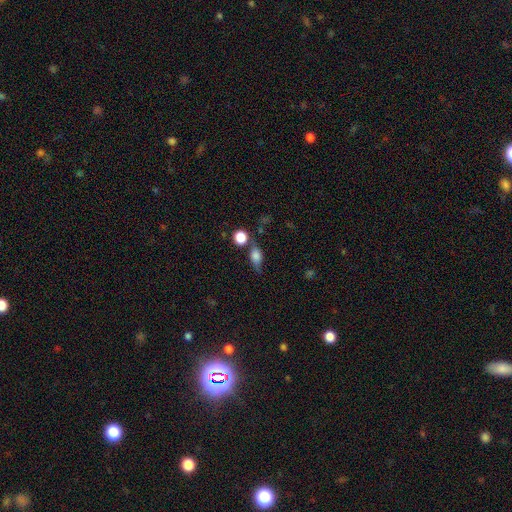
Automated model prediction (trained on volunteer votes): Smooth or featured: smooth — 67% (featured or disk — 22%)
How rounded: in between — 65% (round — 25%)
Merging: none — 54% (minor disturbance — 23%)